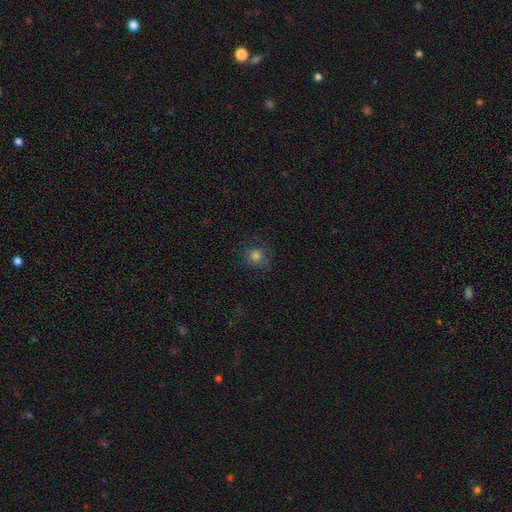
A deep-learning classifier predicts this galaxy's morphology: Q: Smooth or featured?
A: smooth (73%); runner-up: star or artifact (18%)
Q: How rounded?
A: round (89%); runner-up: in between (10%)
Q: Merging?
A: none (77%); runner-up: minor disturbance (14%)